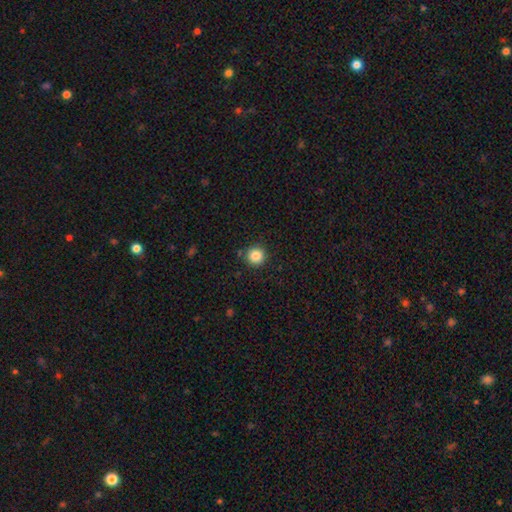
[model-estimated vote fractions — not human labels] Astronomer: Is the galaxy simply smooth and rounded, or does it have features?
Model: smooth — 85%.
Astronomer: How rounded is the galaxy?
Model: round — 95%.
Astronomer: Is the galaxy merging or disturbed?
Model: none — 90%.